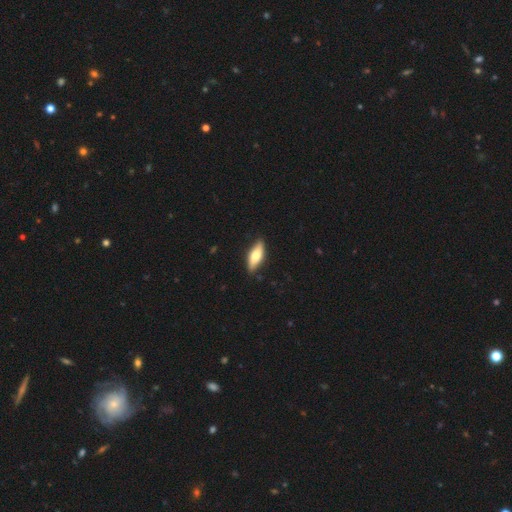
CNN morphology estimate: This is likely a smooth galaxy (63%). How rounded: likely in between (64%). Merging: clearly none (86%).